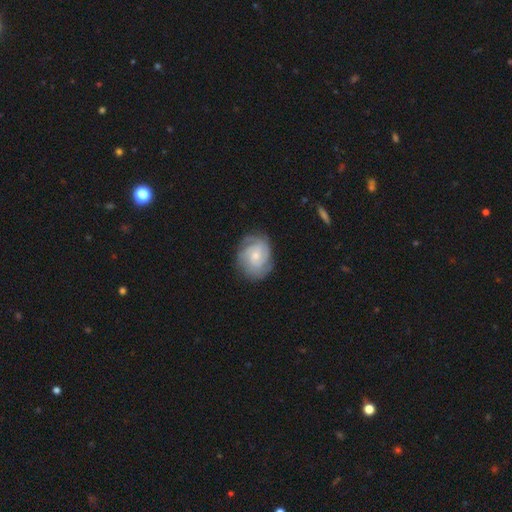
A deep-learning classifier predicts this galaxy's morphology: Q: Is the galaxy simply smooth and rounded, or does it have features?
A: featured or disk — 77%.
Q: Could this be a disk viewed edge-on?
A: no — 98%.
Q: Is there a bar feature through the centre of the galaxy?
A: no — 64%.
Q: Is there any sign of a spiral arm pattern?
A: yes — 95%.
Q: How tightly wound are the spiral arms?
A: tight — 64%.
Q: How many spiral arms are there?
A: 3 — 29%.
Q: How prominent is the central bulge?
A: small — 61%.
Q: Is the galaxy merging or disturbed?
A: none — 77%.